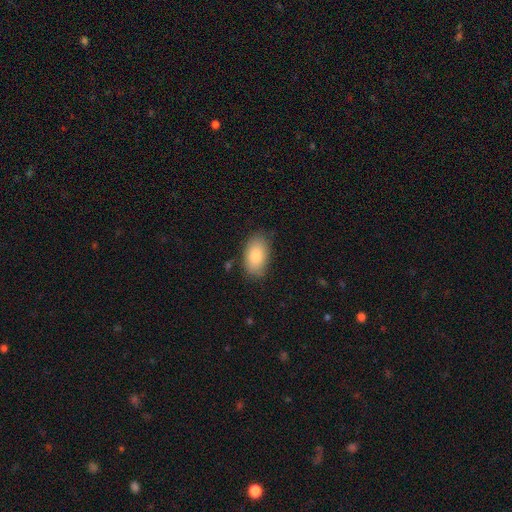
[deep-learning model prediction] smooth-or-featured: smooth: 83% | featured or disk: 10% | star or artifact: 7%
  how-rounded: in between: 93% | round: 5% | cigar-shaped: 2%
  merging: none: 80% | minor disturbance: 15% | major disturbance: 3% | merger: 2%